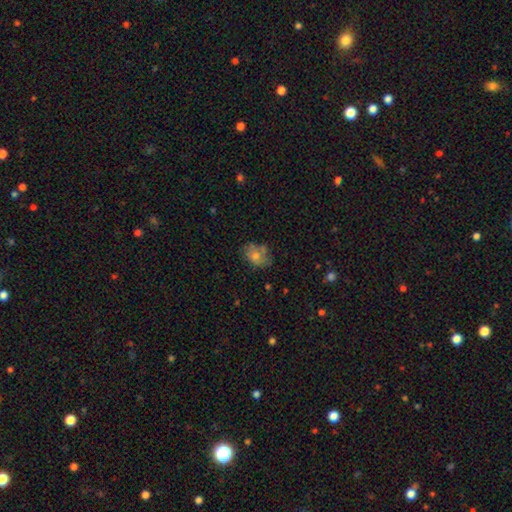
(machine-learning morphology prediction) Smooth or featured? smooth (64%)
How rounded? in between (69%)
Merging? none (61%)